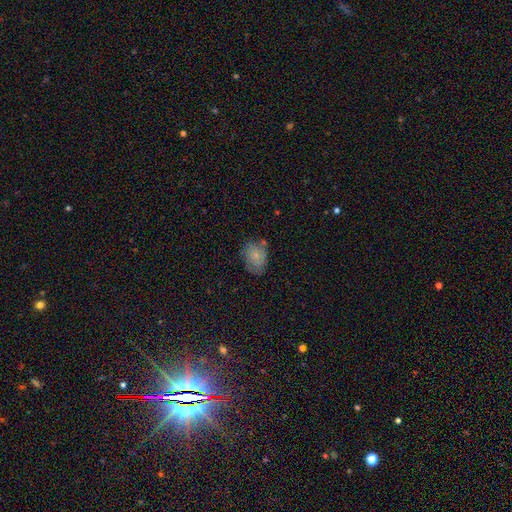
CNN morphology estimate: A smooth galaxy with no disk features (69%) that is in between round and cigar-shaped (67%). Merging: none (61%).